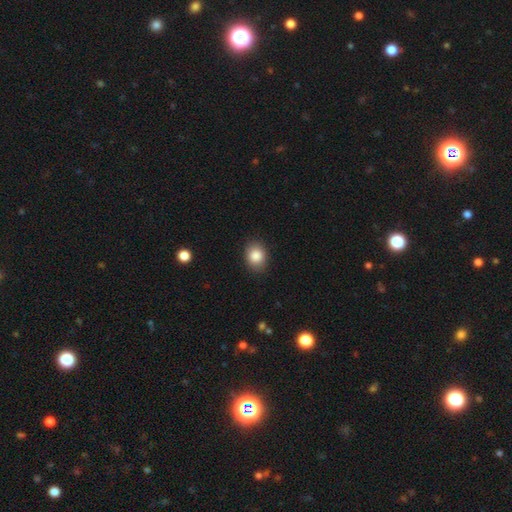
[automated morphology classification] This appears to be a smooth galaxy with no disk features (86%) that is in between round and cigar-shaped (56%). Merging: none (86%).